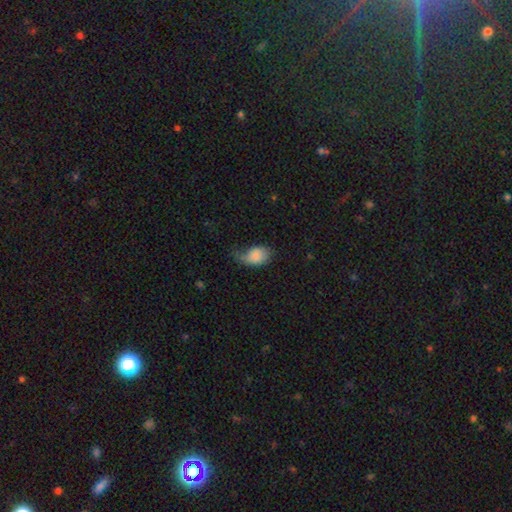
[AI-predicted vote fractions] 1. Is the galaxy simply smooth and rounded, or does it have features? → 80% smooth, 13% featured or disk, 7% star or artifact.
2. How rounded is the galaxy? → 87% in between, 12% round, 1% cigar-shaped.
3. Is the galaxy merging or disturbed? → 39% minor disturbance, 29% major disturbance, 29% none, 3% merger.